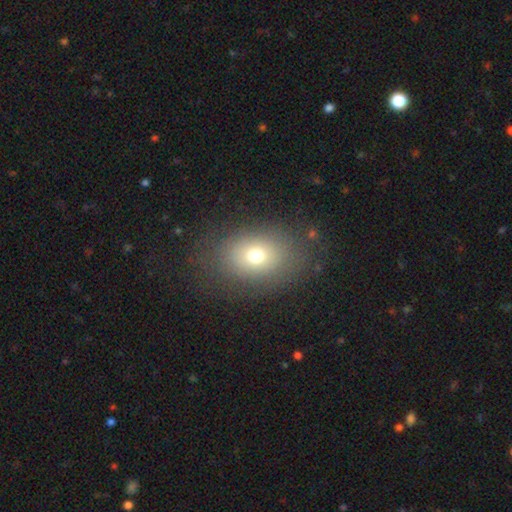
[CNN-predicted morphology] type=smooth (70%); roundness=in between (61%); merging=none (80%).